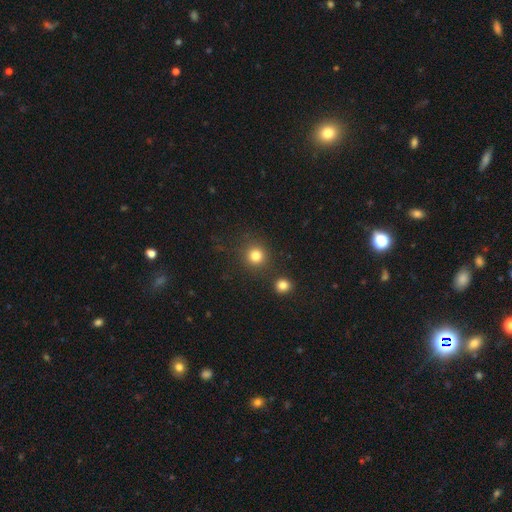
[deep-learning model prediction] A smooth galaxy with no disk features (81%) that is round (92%). Merging: none (83%).